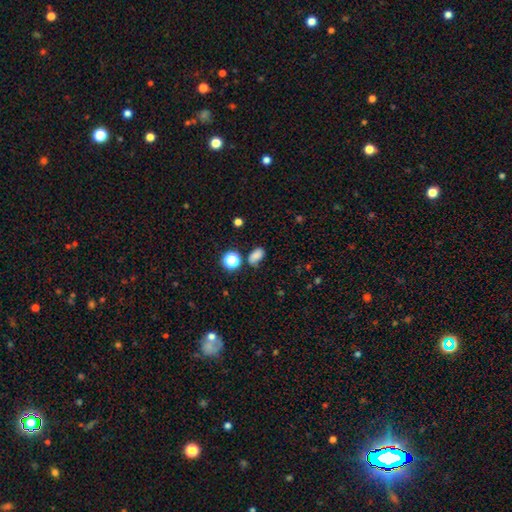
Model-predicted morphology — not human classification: Q: Smooth or featured?
A: smooth (75%); runner-up: star or artifact (16%)
Q: How rounded?
A: in between (81%); runner-up: round (17%)
Q: Merging?
A: none (65%); runner-up: minor disturbance (22%)